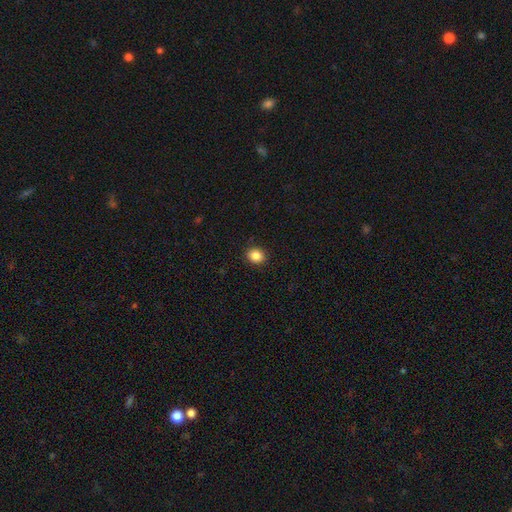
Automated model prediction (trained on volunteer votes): A smooth galaxy with no disk features (86%) that is round (59%).

Vote fractions:
- Smooth or featured? smooth: 86% / star or artifact: 10% / featured or disk: 4%
- How rounded? round: 59% / in between: 41% / cigar-shaped: 1%
- Merging? none: 90% / minor disturbance: 7% / major disturbance: 2% / merger: 1%